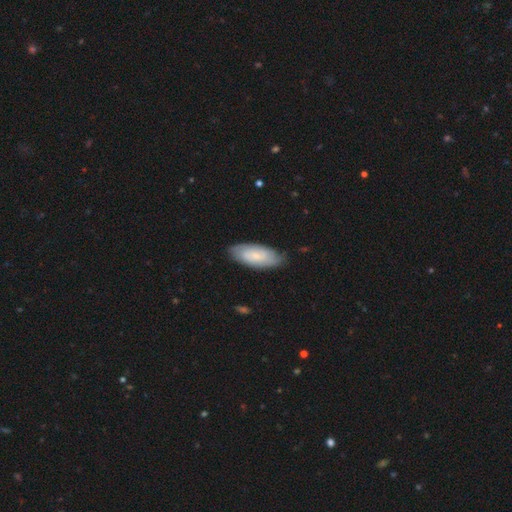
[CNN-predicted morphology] Smooth or featured? Predicted: smooth (p=0.52). How rounded? Predicted: in between (p=0.83). Merging? Predicted: none (p=0.77).